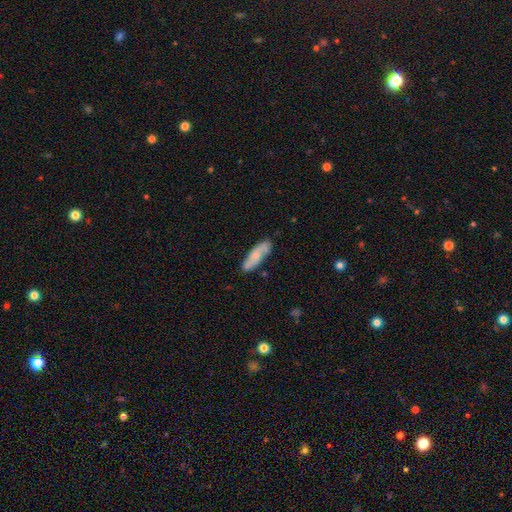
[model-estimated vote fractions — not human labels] Morphology: type=smooth (61%); roundness=cigar-shaped (55%); merging=none (75%).